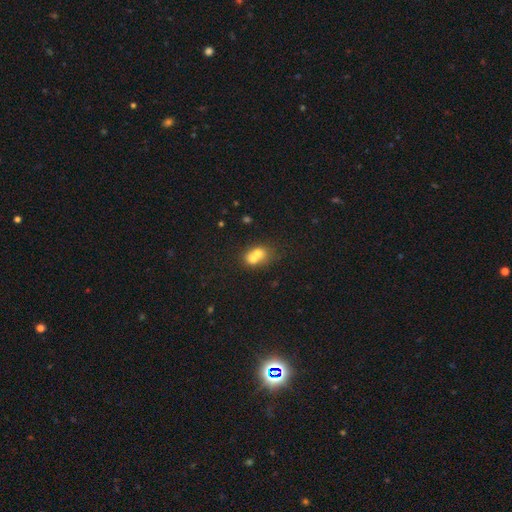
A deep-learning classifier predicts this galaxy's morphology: This appears to be a smooth galaxy with no disk features (66%) that is round (52%). Merging: merger (70%).